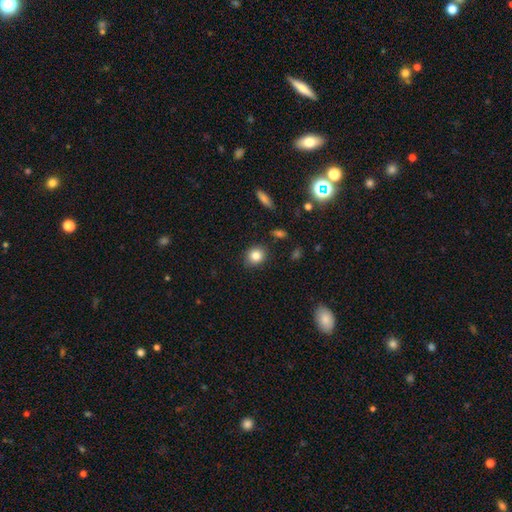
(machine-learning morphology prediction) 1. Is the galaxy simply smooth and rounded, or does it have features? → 84% smooth, 10% star or artifact, 7% featured or disk.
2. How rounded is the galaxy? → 76% round, 23% in between, 1% cigar-shaped.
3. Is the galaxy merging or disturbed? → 86% none, 10% minor disturbance, 2% major disturbance, 2% merger.